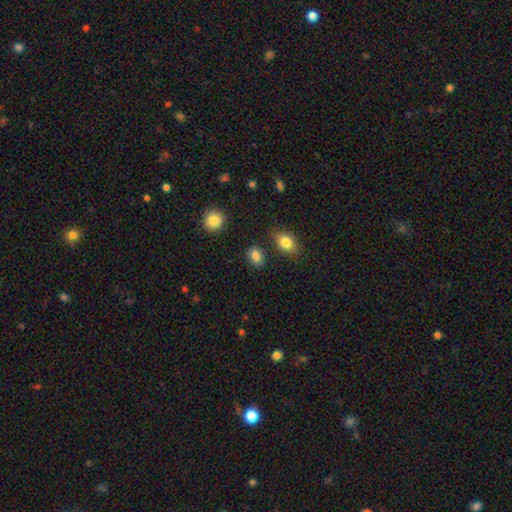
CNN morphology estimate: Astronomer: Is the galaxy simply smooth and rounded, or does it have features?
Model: smooth — 85%.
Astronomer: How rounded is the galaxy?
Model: in between — 70%.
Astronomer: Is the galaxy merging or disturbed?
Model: none — 79%.